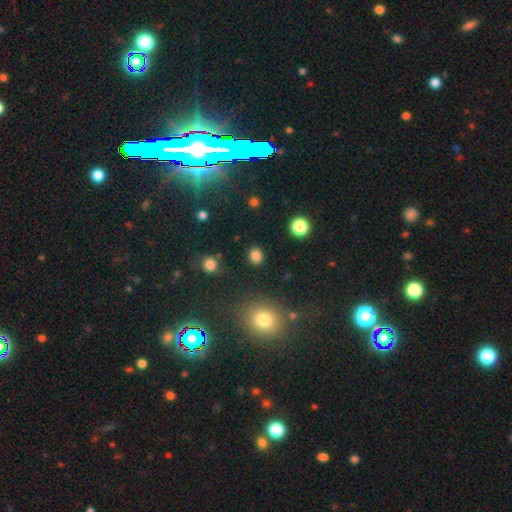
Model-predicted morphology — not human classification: smooth-or-featured: smooth: 83% | star or artifact: 13% | featured or disk: 4%
  how-rounded: round: 76% | in between: 22% | cigar-shaped: 1%
  merging: none: 89% | minor disturbance: 7% | major disturbance: 3% | merger: 2%